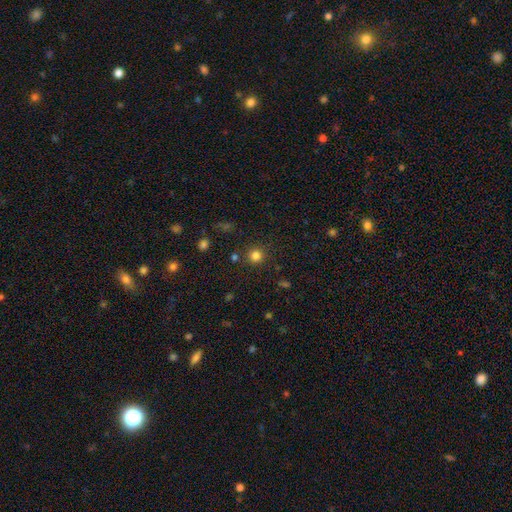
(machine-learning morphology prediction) A smooth galaxy with no disk features (81%) that is round (93%). Merging: none (87%).